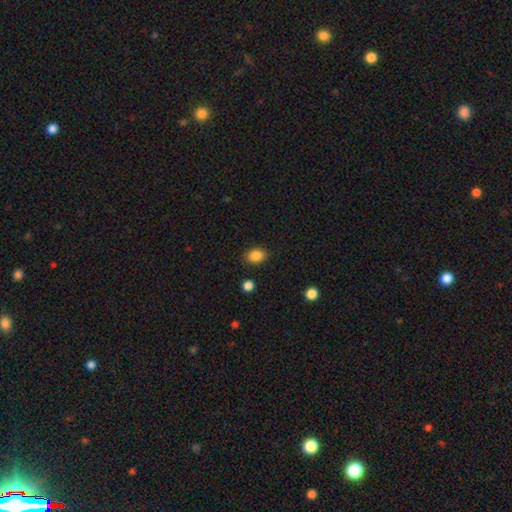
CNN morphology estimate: smooth-or-featured: smooth: 86% | star or artifact: 10% | featured or disk: 5%
  how-rounded: in between: 67% | round: 32% | cigar-shaped: 1%
  merging: none: 86% | minor disturbance: 10% | major disturbance: 3% | merger: 2%